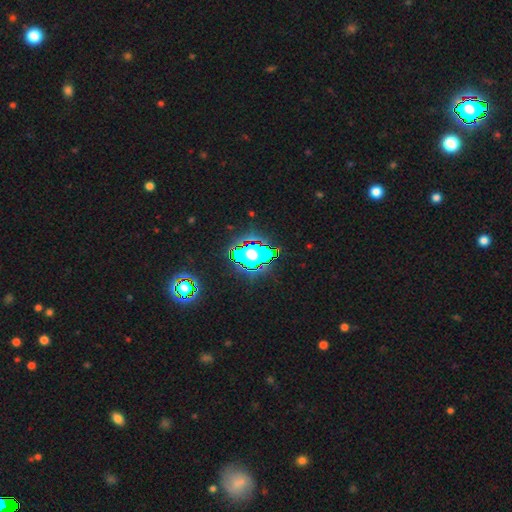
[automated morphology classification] A star or artifact, not a galaxy (74%).